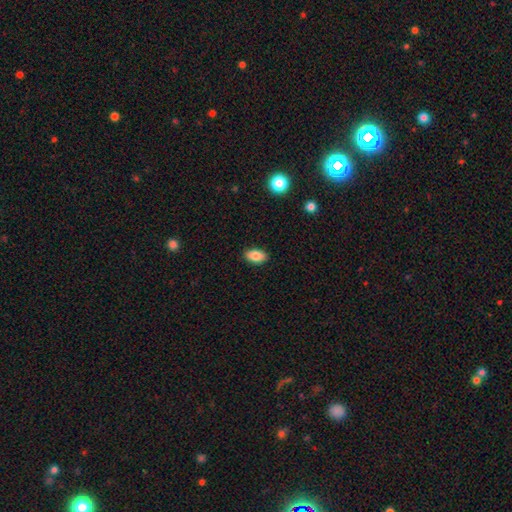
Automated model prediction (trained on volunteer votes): Smooth or featured: smooth — 85% (star or artifact — 8%)
How rounded: in between — 92% (round — 6%)
Merging: none — 88% (minor disturbance — 9%)